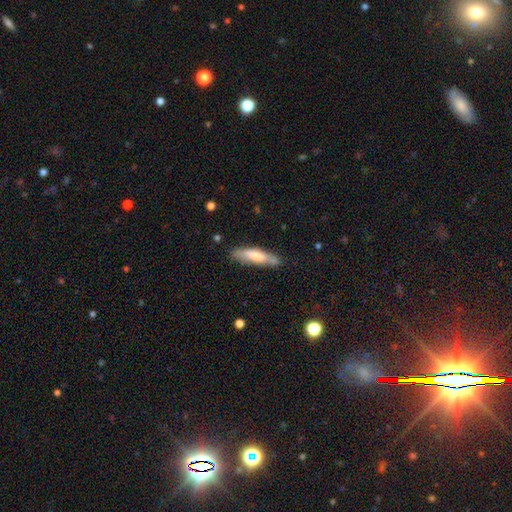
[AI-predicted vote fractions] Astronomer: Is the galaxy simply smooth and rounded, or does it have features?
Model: smooth — 68%.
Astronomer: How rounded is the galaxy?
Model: cigar-shaped — 76%.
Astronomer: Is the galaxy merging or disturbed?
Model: none — 76%.